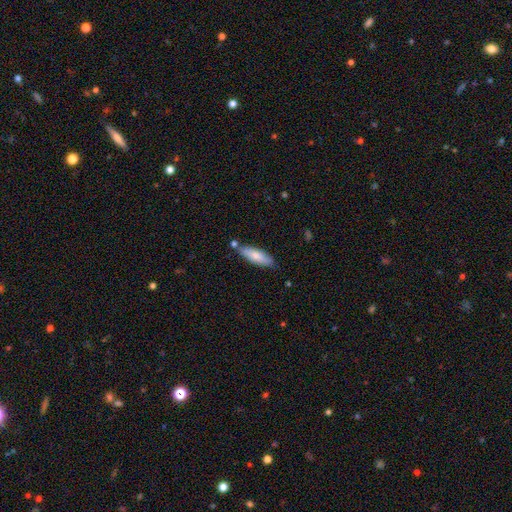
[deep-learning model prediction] This appears to be a smooth galaxy with no disk features (76%) that is in between round and cigar-shaped (50%). Merging: none (74%).